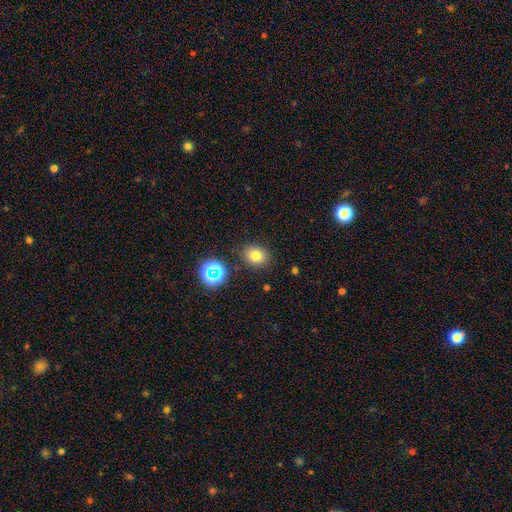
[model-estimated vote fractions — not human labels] smooth 74%, star or artifact 17%, featured or disk 9%. Down the decision tree: how rounded — round (60%); merging — none (84%).